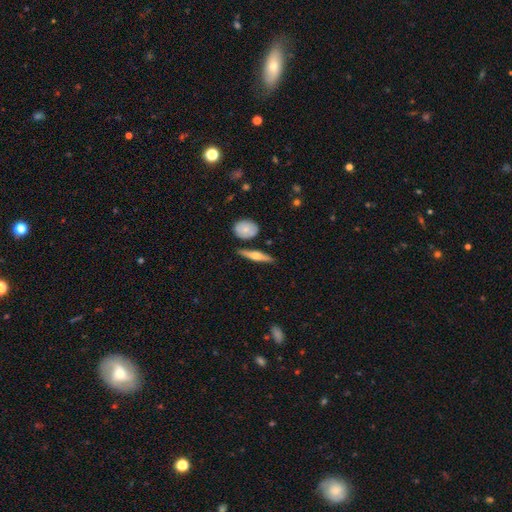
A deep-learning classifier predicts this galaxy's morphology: Smooth or featured?
  - featured or disk: 59% *
  - smooth: 35%
  - star or artifact: 6%
Edge-on disk?
  - yes: 95% *
  - no: 5%
Edge-on bulge?
  - rounded: 89% *
  - boxy: 7%
  - none: 4%
Merging?
  - none: 83% *
  - minor disturbance: 10%
  - merger: 5%
  - major disturbance: 2%